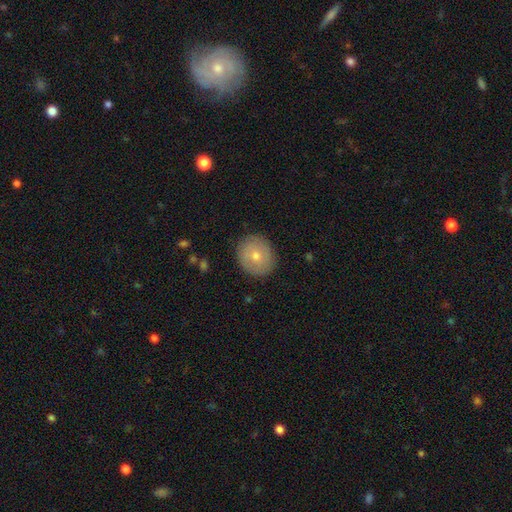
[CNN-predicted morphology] This is likely a smooth galaxy (63%). How rounded: likely round (77%). Merging: clearly none (88%).